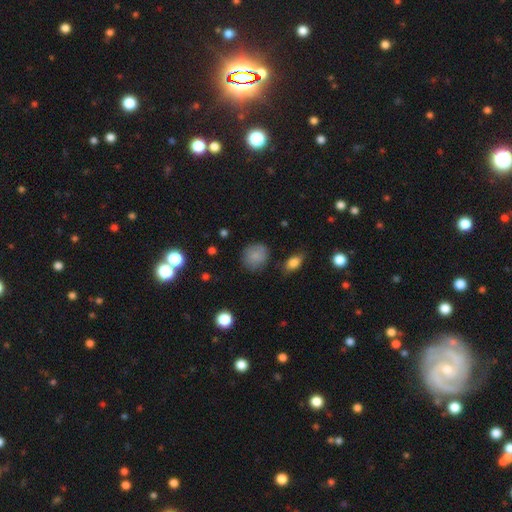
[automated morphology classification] Smooth or featured? Predicted: smooth (p=0.80). How rounded? Predicted: round (p=0.79). Merging? Predicted: none (p=0.75).